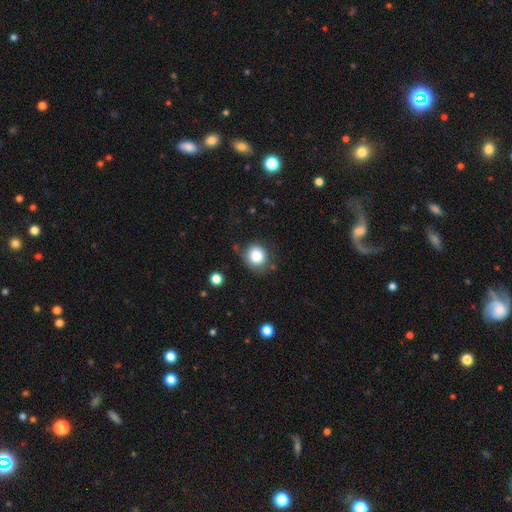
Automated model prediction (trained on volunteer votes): Morphology: type=smooth (85%); roundness=round (84%); merging=none (75%).